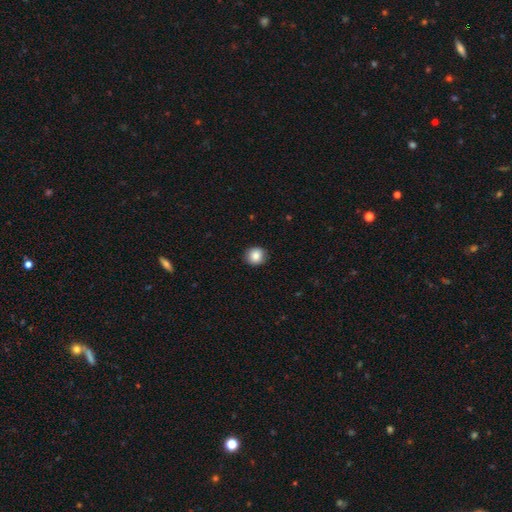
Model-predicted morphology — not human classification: Smooth or featured?
  - smooth: 86% *
  - star or artifact: 9%
  - featured or disk: 5%
How rounded?
  - round: 90% *
  - in between: 9%
  - cigar-shaped: 1%
Merging?
  - none: 90% *
  - minor disturbance: 7%
  - major disturbance: 2%
  - merger: 1%